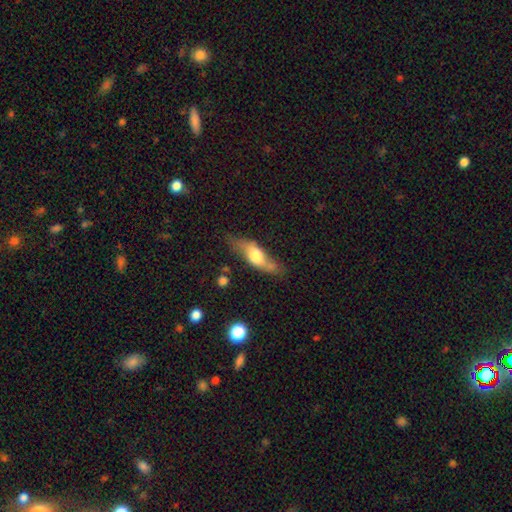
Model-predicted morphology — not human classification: This appears to be a smooth galaxy with no disk features (48%). Merging: none (59%).